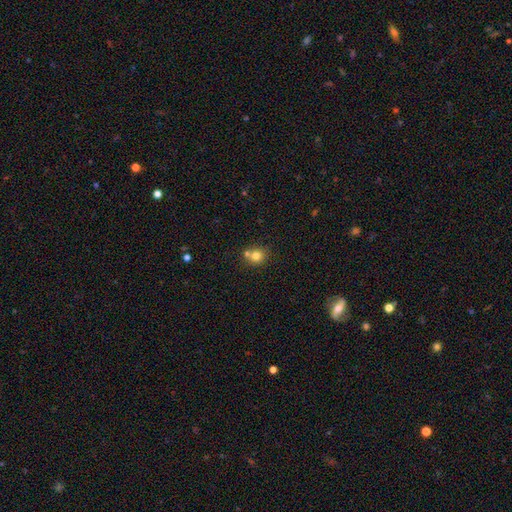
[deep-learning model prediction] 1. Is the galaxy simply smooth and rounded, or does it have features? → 78% smooth, 12% star or artifact, 10% featured or disk.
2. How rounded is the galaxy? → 83% round, 16% in between, 1% cigar-shaped.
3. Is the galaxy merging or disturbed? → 56% none, 32% merger, 9% minor disturbance, 3% major disturbance.